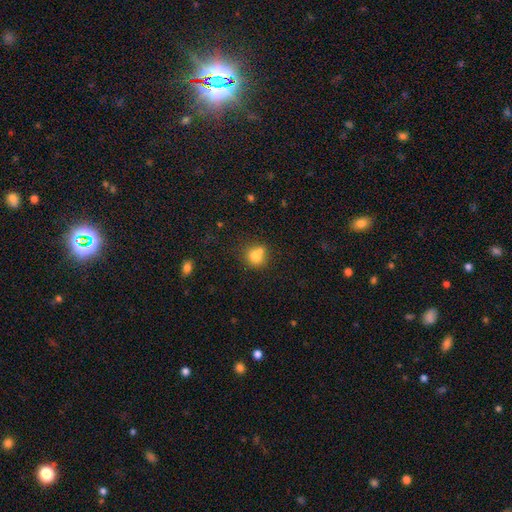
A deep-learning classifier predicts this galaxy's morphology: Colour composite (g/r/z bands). It shows a smooth galaxy with no disk features (76%) that is round (83%). Merging: none (50%).